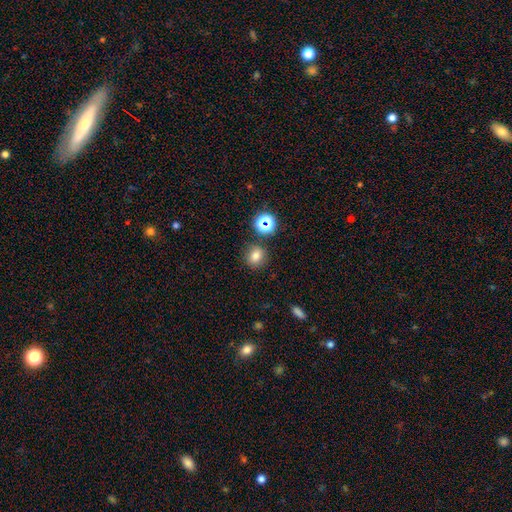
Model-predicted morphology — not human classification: A smooth galaxy with no disk features (76%) that is round (81%). Merging: none (83%).